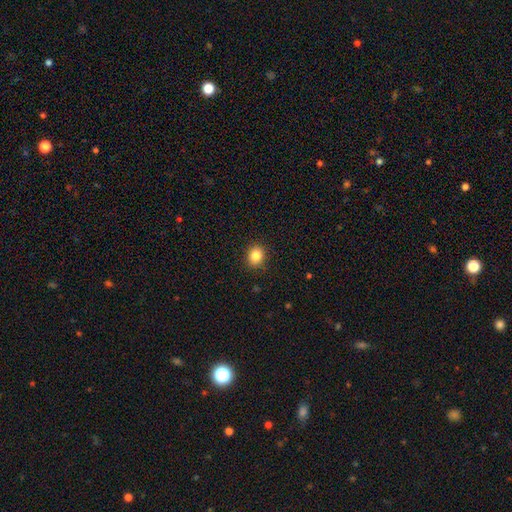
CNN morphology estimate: Smooth or featured? smooth (85%)
How rounded? round (66%)
Merging? none (90%)